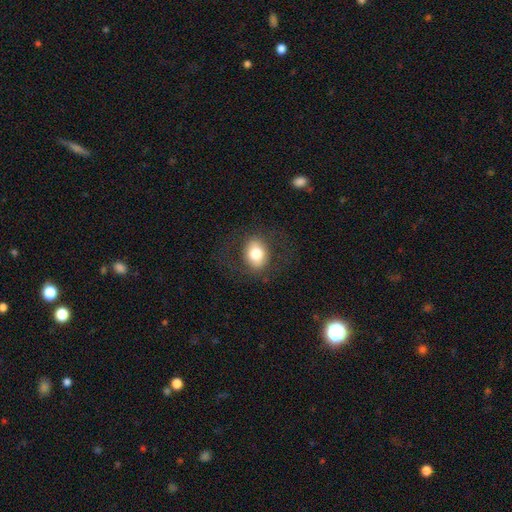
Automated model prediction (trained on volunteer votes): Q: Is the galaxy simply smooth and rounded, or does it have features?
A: smooth — 71%.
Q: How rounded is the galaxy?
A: in between — 60%.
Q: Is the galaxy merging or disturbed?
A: none — 78%.